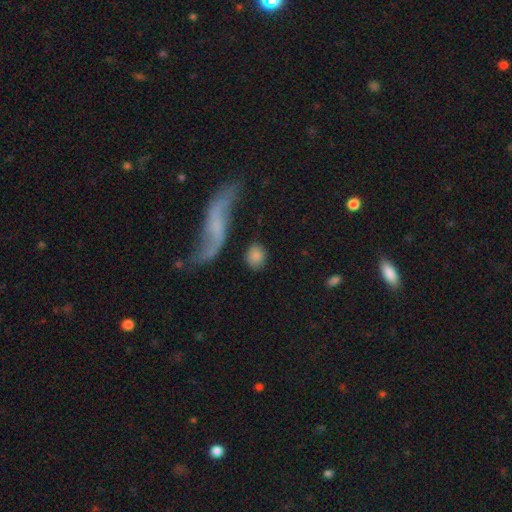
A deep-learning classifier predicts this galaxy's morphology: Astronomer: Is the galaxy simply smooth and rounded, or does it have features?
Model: smooth — 80%.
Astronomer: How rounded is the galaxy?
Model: round — 75%.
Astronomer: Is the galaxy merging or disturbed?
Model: none — 77%.